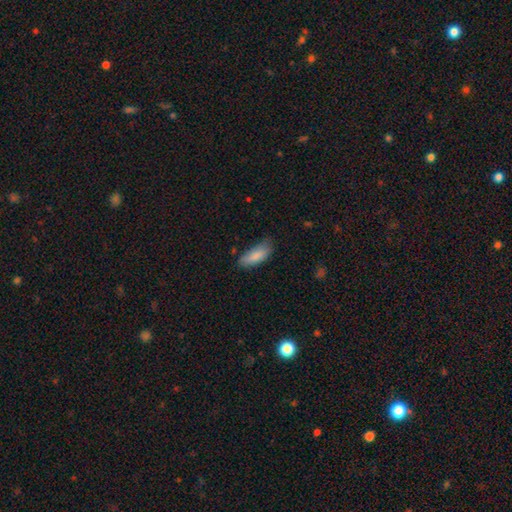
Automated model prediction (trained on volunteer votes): Smooth or featured? Predicted: smooth (p=0.86). How rounded? Predicted: in between (p=0.74). Merging? Predicted: none (p=0.66).